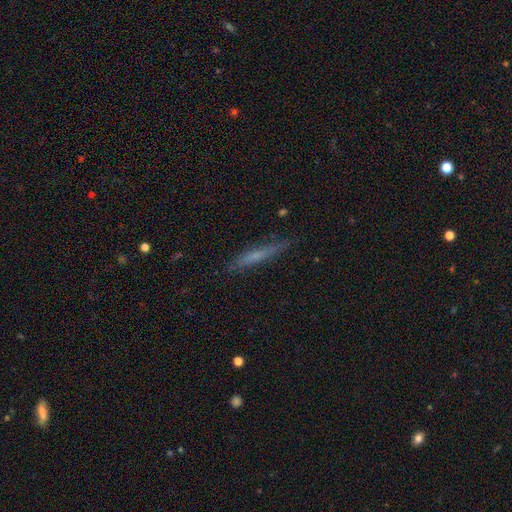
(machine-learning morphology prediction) A smooth galaxy with no disk features (51%) that is cigar-shaped (93%).

Vote fractions:
- Smooth or featured? smooth: 51% / featured or disk: 41% / star or artifact: 9%
- How rounded? cigar-shaped: 93% / in between: 5% / round: 2%
- Merging? none: 83% / minor disturbance: 12% / major disturbance: 3% / merger: 2%